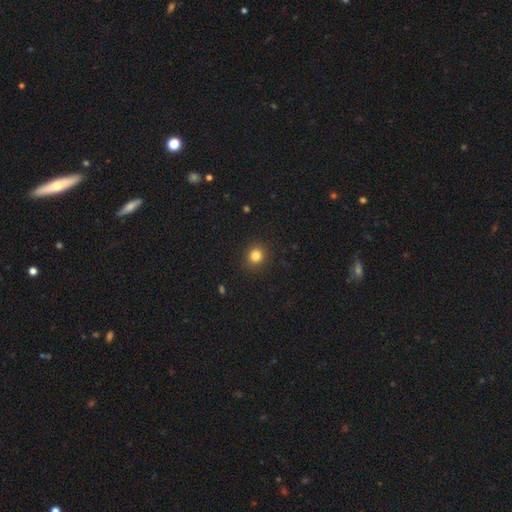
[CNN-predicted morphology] smooth-or-featured: smooth: 83% | star or artifact: 12% | featured or disk: 5%
  how-rounded: round: 85% | in between: 15% | cigar-shaped: 1%
  merging: none: 90% | minor disturbance: 7% | major disturbance: 2% | merger: 1%